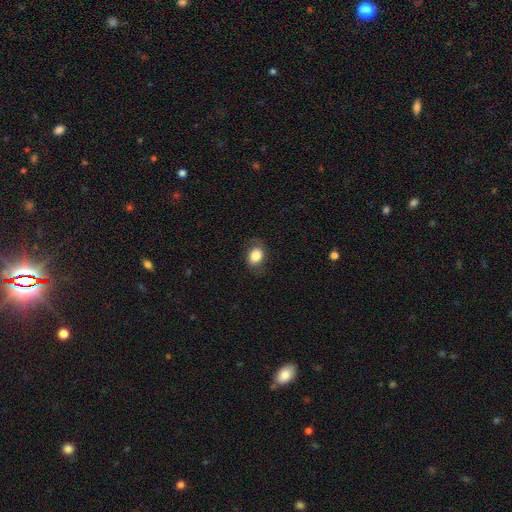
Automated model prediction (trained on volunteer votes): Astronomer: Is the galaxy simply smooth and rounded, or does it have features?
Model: smooth — 80%.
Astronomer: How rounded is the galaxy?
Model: in between — 60% (runner-up: round, 39%).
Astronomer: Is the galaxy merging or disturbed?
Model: none — 74%.